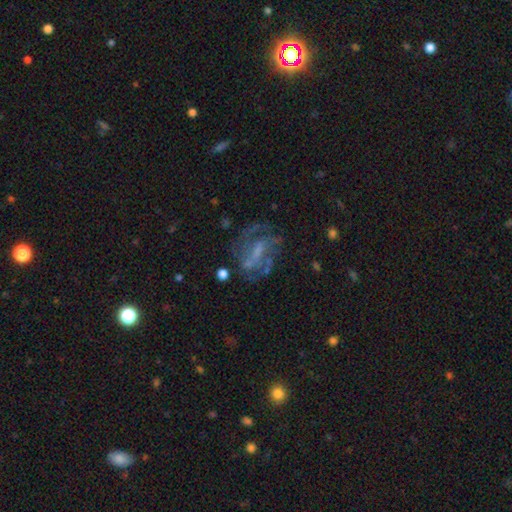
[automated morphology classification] type=featured or disk (68%); edge-on=no (95%); bar=weak (42%); spiral arms=yes (69%); bulge=none (37%); merging=none (54%).